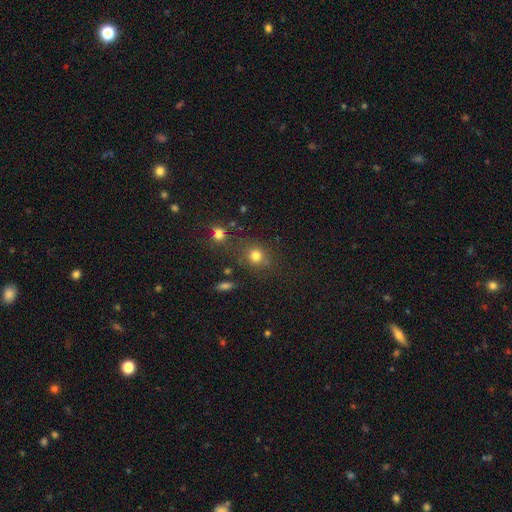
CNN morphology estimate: Smooth or featured: smooth — 77% (star or artifact — 16%)
How rounded: round — 81% (in between — 18%)
Merging: none — 68% (merger — 13%)